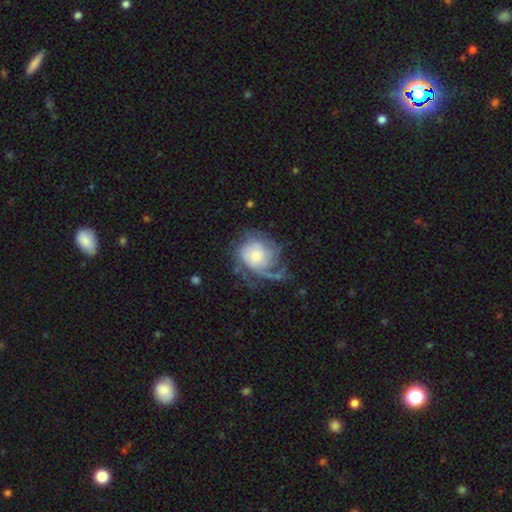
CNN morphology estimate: Q: Smooth or featured?
A: featured or disk (73%); runner-up: smooth (20%)
Q: Edge-on disk?
A: no (98%); runner-up: yes (2%)
Q: Bar?
A: no (78%); runner-up: weak (20%)
Q: Spiral arms?
A: yes (91%); runner-up: no (9%)
Q: Spiral winding?
A: tight (48%); runner-up: medium (33%)
Q: Spiral arm count?
A: can't tell (38%); runner-up: 3 (18%)
Q: Bulge size?
A: moderate (42%); runner-up: small (32%)
Q: Merging?
A: none (49%); runner-up: major disturbance (28%)